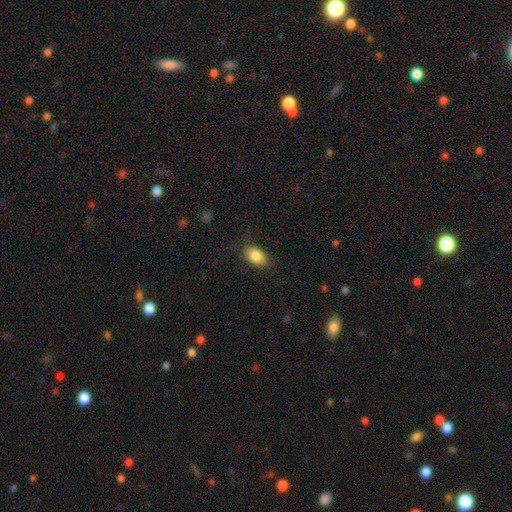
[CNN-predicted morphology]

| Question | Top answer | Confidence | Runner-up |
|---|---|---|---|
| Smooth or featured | smooth | 85% | star or artifact (8%) |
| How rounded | in between | 83% | round (16%) |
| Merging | none | 78% | minor disturbance (16%) |